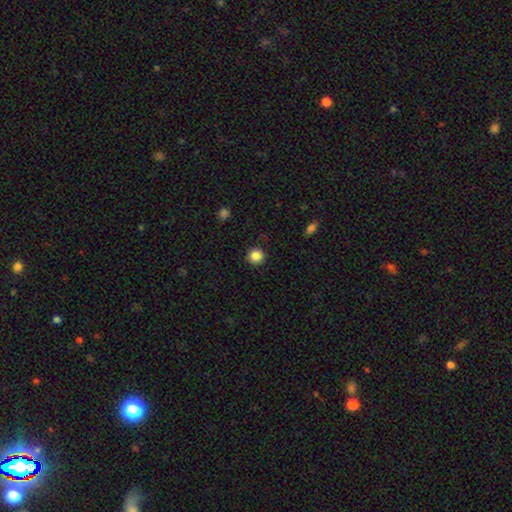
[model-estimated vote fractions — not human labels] Smooth or featured? smooth (86%)
How rounded? round (95%)
Merging? none (91%)